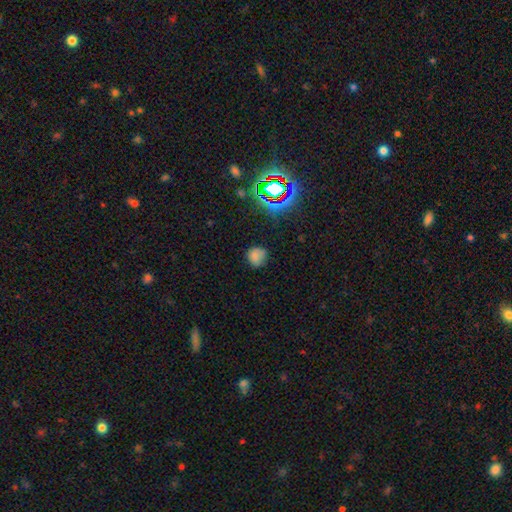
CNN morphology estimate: A smooth galaxy with no disk features (72%) that is round (84%). Merging: none (70%).